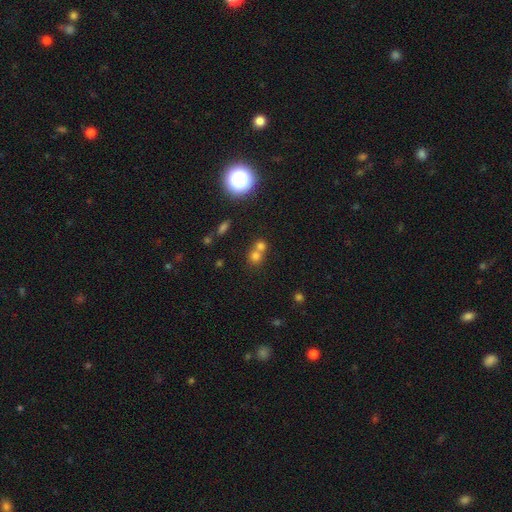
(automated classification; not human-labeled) Smooth or featured? smooth (68%)
How rounded? round (82%)
Merging? merger (55%)